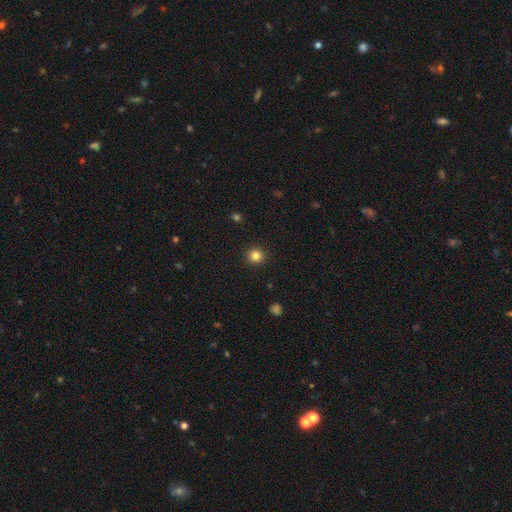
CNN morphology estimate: smooth_or_featured: smooth (p=0.83) [alt: star or artifact p=0.12]
how_rounded: round (p=0.94) [alt: in between p=0.05]
merging: none (p=0.93) [alt: minor disturbance p=0.05]